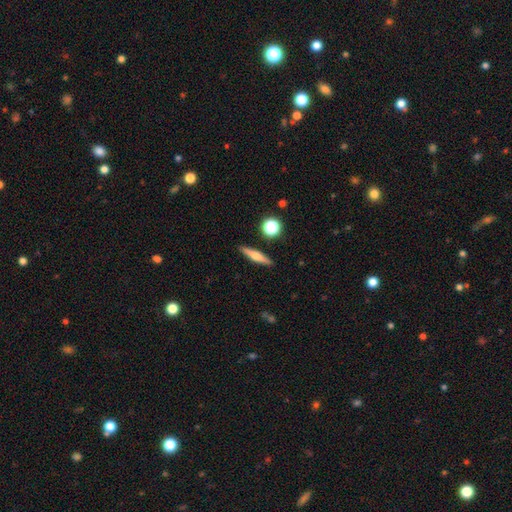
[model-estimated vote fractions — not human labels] smooth-or-featured: smooth: 49% | featured or disk: 43% | star or artifact: 8%
  merging: none: 89% | minor disturbance: 7% | merger: 2% | major disturbance: 2%